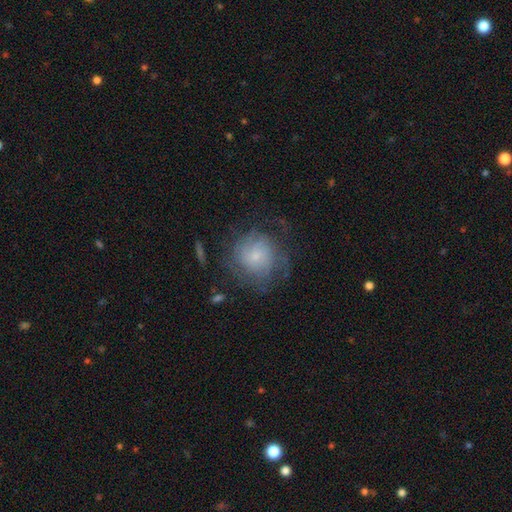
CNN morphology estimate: A featured or disk galaxy (52%) with no bar (79%), spiral arms (77%) and a small central bulge (69%).

Vote fractions:
- Smooth or featured? featured or disk: 52% / smooth: 38% / star or artifact: 11%
- Edge-on disk? no: 97% / yes: 3%
- Bar? no: 79% / weak: 18% / strong: 3%
- Spiral arms? yes: 77% / no: 23%
- Bulge size? small: 69% / moderate: 19% / none: 7% / large: 4% / dominant: 2%
- Merging? none: 62% / minor disturbance: 20% / major disturbance: 17% / merger: 2%